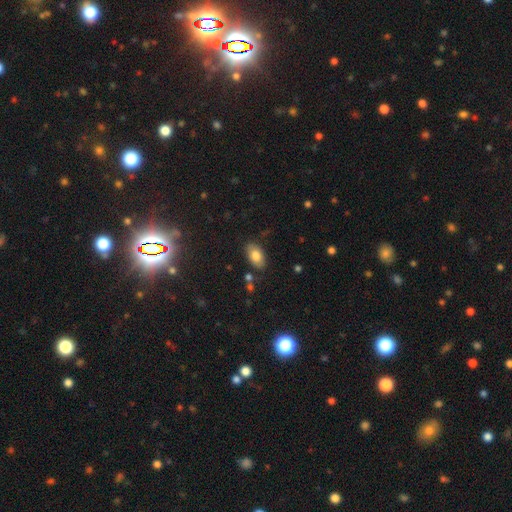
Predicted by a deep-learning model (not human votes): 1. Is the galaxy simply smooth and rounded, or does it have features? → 80% smooth, 12% featured or disk, 8% star or artifact.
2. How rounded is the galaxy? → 93% in between, 6% round, 2% cigar-shaped.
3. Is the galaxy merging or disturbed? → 82% none, 12% minor disturbance, 3% major disturbance, 3% merger.